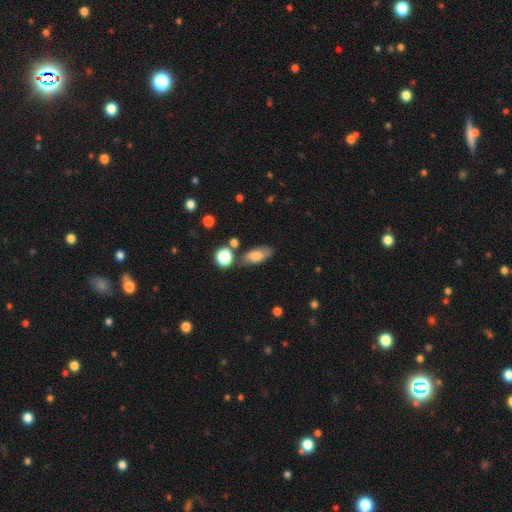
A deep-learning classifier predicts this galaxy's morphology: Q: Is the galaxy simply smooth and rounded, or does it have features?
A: smooth — 73%.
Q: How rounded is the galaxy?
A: in between — 79%.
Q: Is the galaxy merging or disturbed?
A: none — 71%.